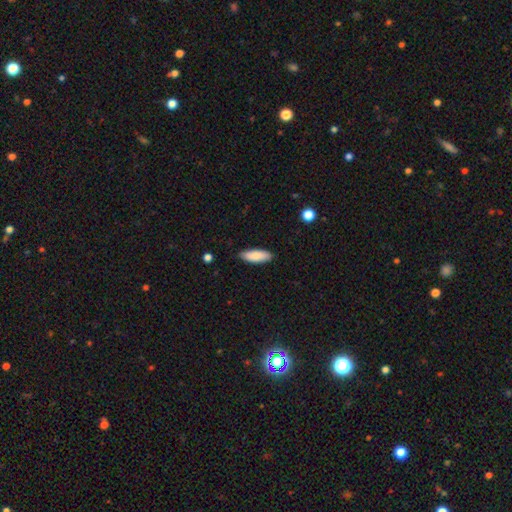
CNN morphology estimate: The model was most divided on "how rounded": in between: 65%, cigar-shaped: 34%, round: 2%. More confident: smooth or featured — smooth (86%); merging — none (86%).